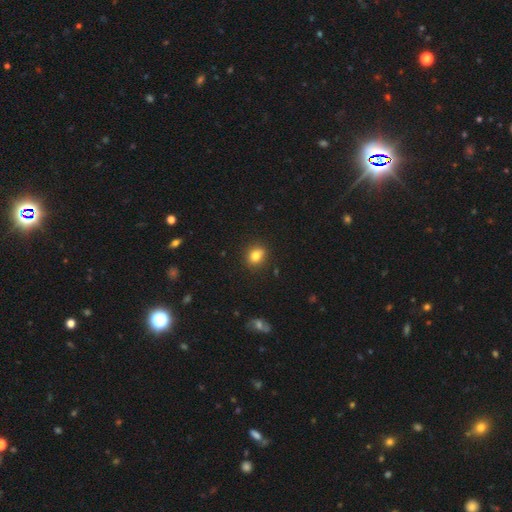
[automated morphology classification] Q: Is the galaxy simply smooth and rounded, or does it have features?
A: smooth — 81%.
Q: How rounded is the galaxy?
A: round — 55%.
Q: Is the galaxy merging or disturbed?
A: none — 83%.